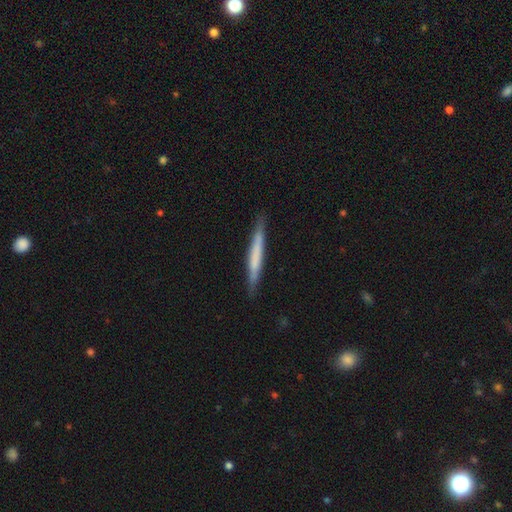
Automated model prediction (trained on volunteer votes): Smooth or featured: smooth — 54% (featured or disk — 41%)
How rounded: cigar-shaped — 96% (in between — 2%)
Merging: none — 87% (minor disturbance — 10%)